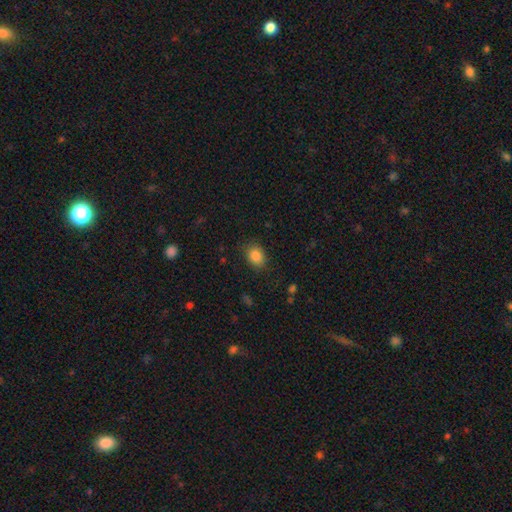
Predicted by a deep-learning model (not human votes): Smooth or featured: smooth — 86% (star or artifact — 10%)
How rounded: in between — 63% (round — 36%)
Merging: none — 83% (minor disturbance — 13%)